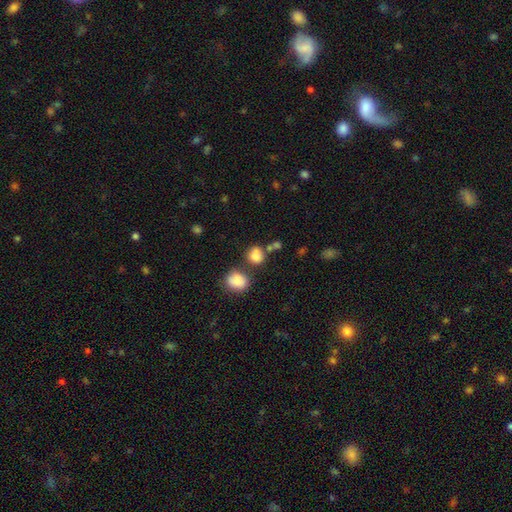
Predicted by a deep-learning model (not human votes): smooth 82%, star or artifact 11%, featured or disk 6%. Down the decision tree: how rounded — round (59%); merging — none (55%).